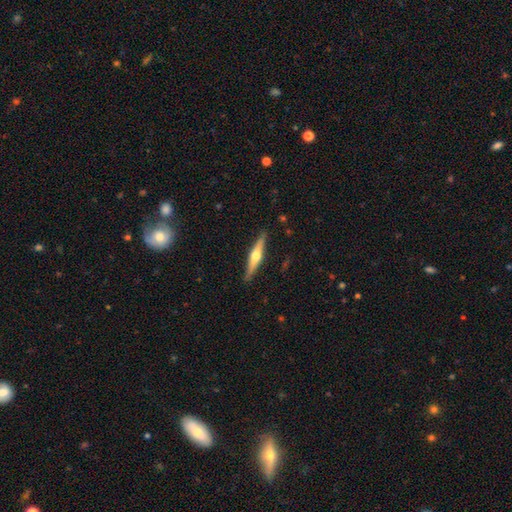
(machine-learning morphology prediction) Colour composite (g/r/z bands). It shows a featured or disk galaxy (66%) viewed edge-on (97%) with a rounded central bulge (93%). Merging: none (89%).